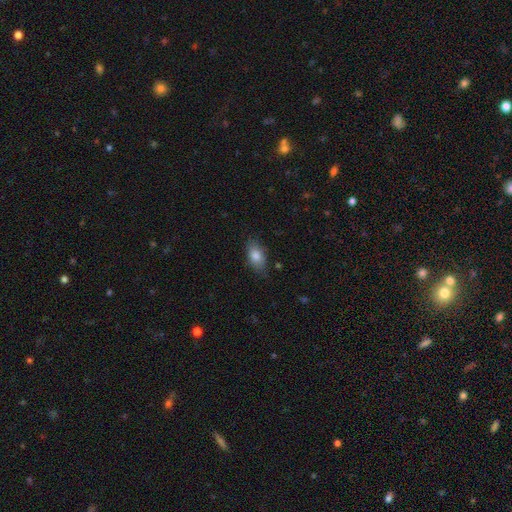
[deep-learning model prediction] The model was most divided on "merging": none: 78%, minor disturbance: 17%, major disturbance: 3%, merger: 1%. More confident: how rounded — in between (88%); smooth or featured — smooth (81%).